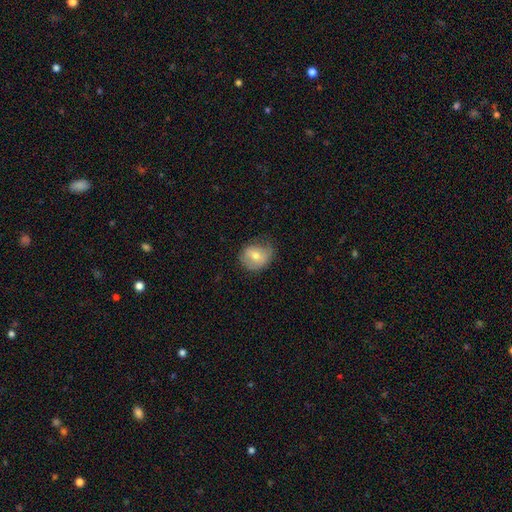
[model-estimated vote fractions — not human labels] This is likely a smooth galaxy (66%). How rounded: likely round (62%). Merging: possibly none (57%).